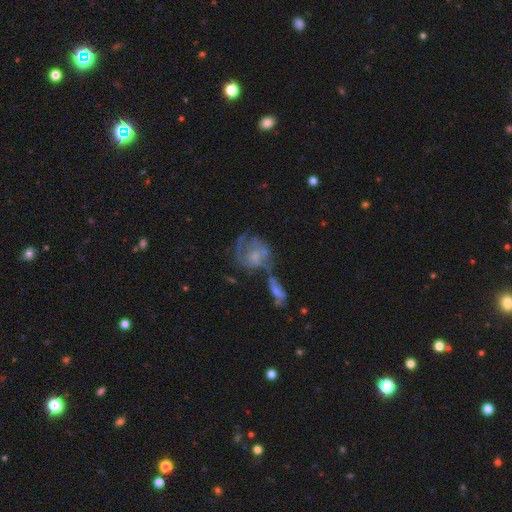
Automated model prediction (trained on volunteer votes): Smooth or featured: featured or disk — 70% (smooth — 23%)
Edge-on disk: no — 97% (yes — 3%)
Bar: no — 67% (weak — 28%)
Spiral arms: yes — 76% (no — 24%)
Spiral winding: medium — 39% (tied with tight — 39%)
Spiral arm count: 2 — 39% (can't tell — 27%)
Bulge size: small — 37% (moderate — 35%)
Merging: merger — 30% (tied with none — 30%)